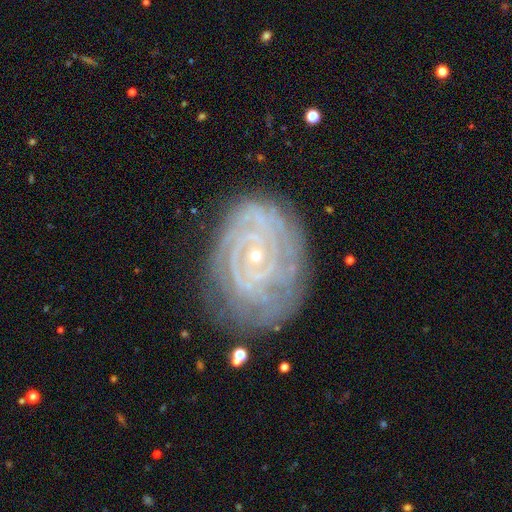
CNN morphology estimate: Smooth or featured: featured or disk — 87% (star or artifact — 7%)
Edge-on disk: no — 97% (yes — 3%)
Bar: no — 66% (weak — 24%)
Spiral arms: yes — 96% (no — 4%)
Spiral winding: tight — 83% (medium — 14%)
Spiral arm count: can't tell — 31% (2 — 21%)
Bulge size: small — 80% (moderate — 17%)
Merging: none — 72% (minor disturbance — 19%)